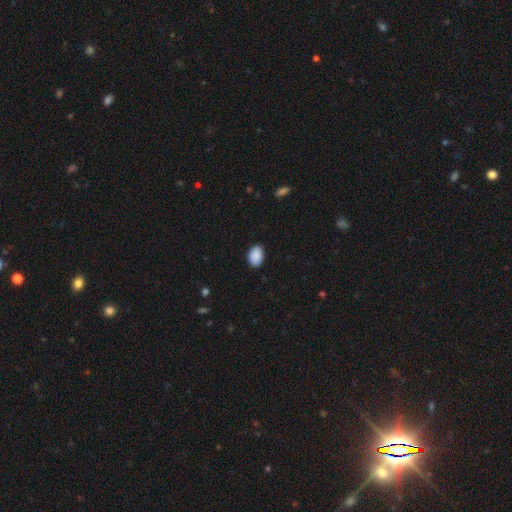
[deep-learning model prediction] smooth 90%, star or artifact 7%, featured or disk 3%. Down the decision tree: how rounded — in between (86%); merging — none (87%).